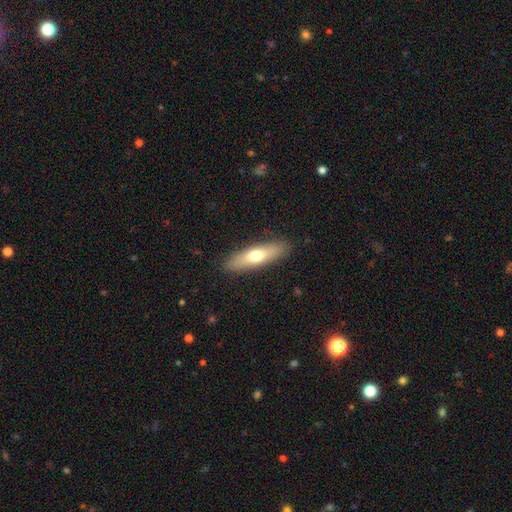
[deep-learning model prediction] A smooth galaxy with no disk features (64%) that is cigar-shaped (63%). Merging: none (88%).